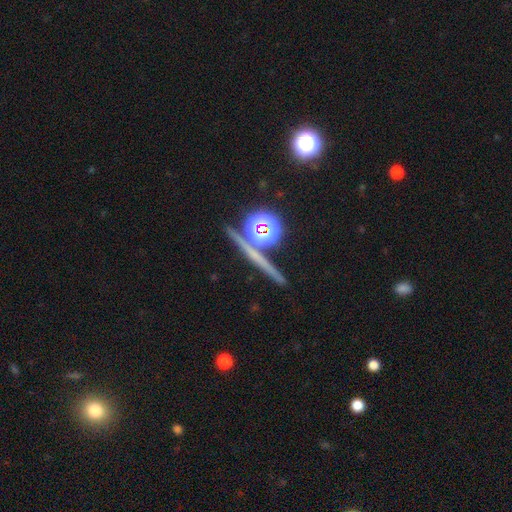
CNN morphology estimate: star or artifact 42%, featured or disk 34%, smooth 25%.